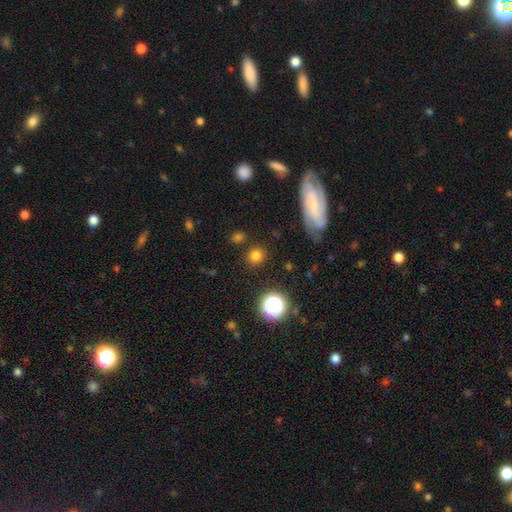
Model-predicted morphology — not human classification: smooth_or_featured: smooth (p=0.77) [alt: star or artifact p=0.17]
how_rounded: round (p=0.89) [alt: in between p=0.10]
merging: none (p=0.87) [alt: minor disturbance p=0.07]